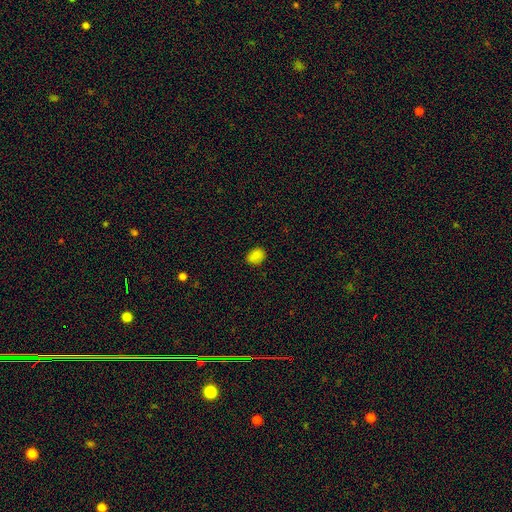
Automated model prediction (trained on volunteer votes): This is clearly a smooth galaxy (84%). How rounded: likely in between (61%). Merging: clearly none (85%).